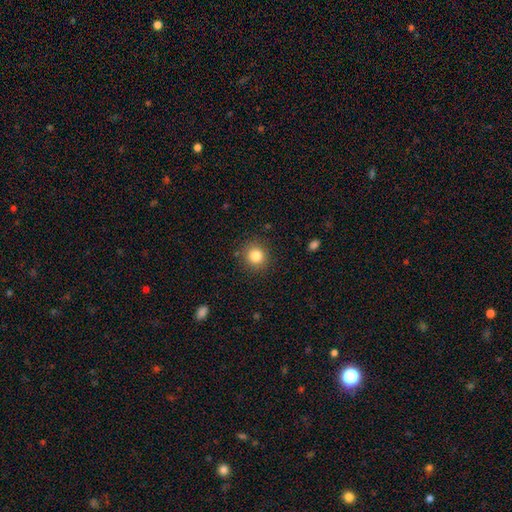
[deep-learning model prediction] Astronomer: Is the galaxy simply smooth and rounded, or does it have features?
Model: smooth — 83%.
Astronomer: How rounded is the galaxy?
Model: round — 91%.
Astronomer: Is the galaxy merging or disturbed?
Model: none — 88%.